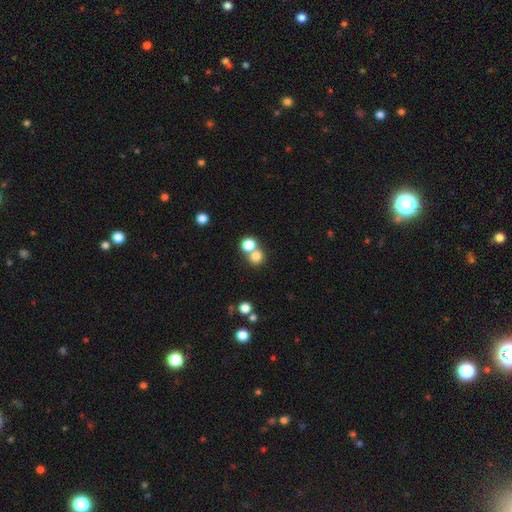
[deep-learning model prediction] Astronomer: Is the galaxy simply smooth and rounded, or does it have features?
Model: smooth — 78%.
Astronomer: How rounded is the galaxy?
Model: round — 85%.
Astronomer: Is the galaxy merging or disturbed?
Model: none — 50% (runner-up: merger, 42%).